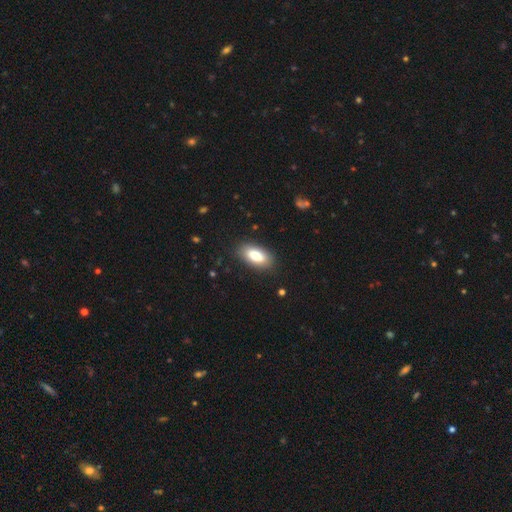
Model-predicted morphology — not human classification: A smooth galaxy with no disk features (84%) that is in between round and cigar-shaped (91%). Merging: none (86%).